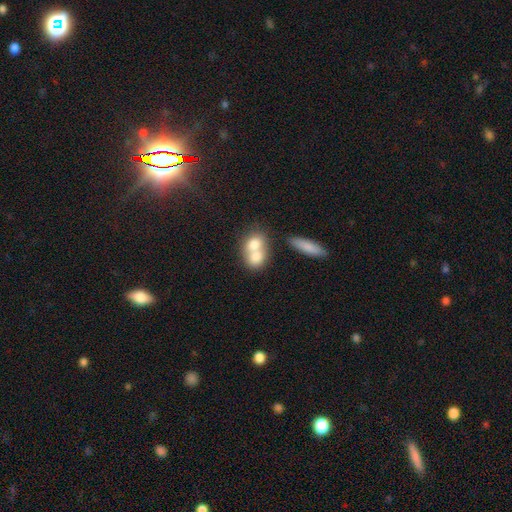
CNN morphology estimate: Smooth or featured? Predicted: smooth (p=0.72). How rounded? Predicted: in between (p=0.51). Merging? Predicted: merger (p=0.70).